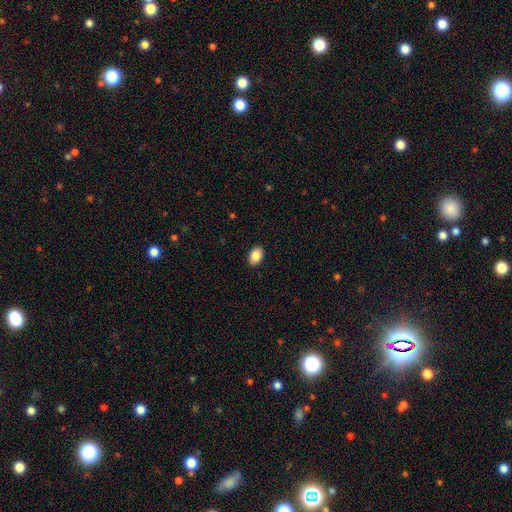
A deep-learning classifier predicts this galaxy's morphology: Q: Smooth or featured?
A: smooth (87%); runner-up: star or artifact (7%)
Q: How rounded?
A: in between (86%); runner-up: round (13%)
Q: Merging?
A: none (91%); runner-up: minor disturbance (7%)